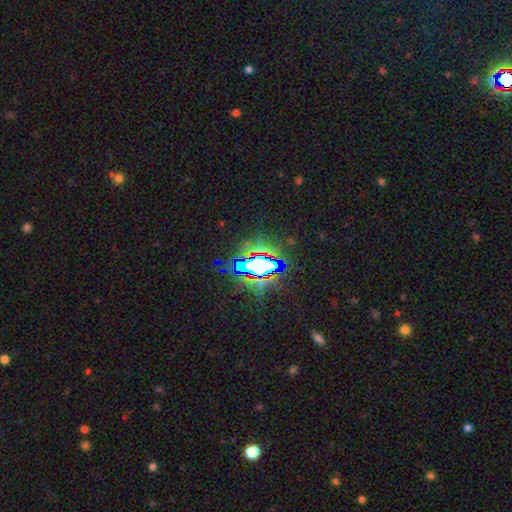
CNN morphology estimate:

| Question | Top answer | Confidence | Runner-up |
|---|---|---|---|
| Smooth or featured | star or artifact | 82% | smooth (10%) |